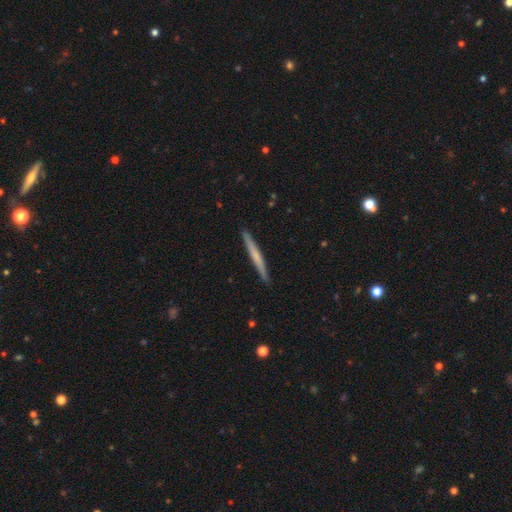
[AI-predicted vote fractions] smooth 52%, featured or disk 42%, star or artifact 5%. Down the decision tree: how rounded — cigar-shaped (97%); merging — none (91%).